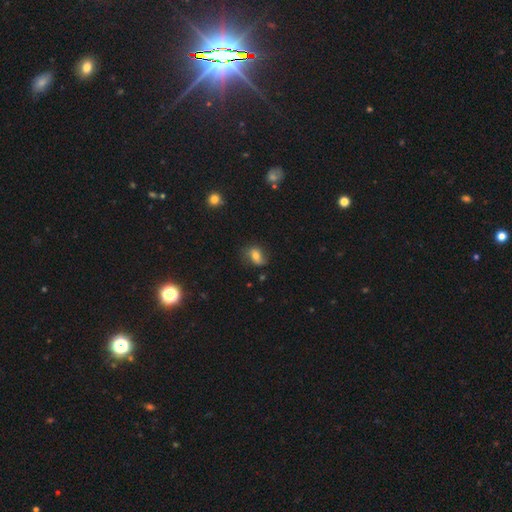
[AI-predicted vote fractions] Morphology: type=smooth (60%); roundness=in between (74%); merging=none (62%).